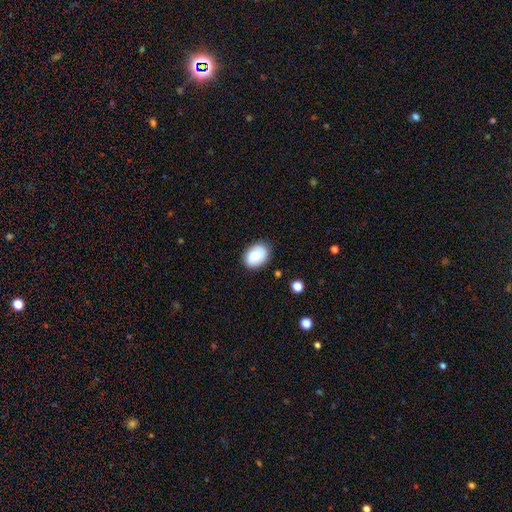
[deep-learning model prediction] This appears to be a smooth galaxy with no disk features (80%) that is in between round and cigar-shaped (73%). Merging: none (83%).